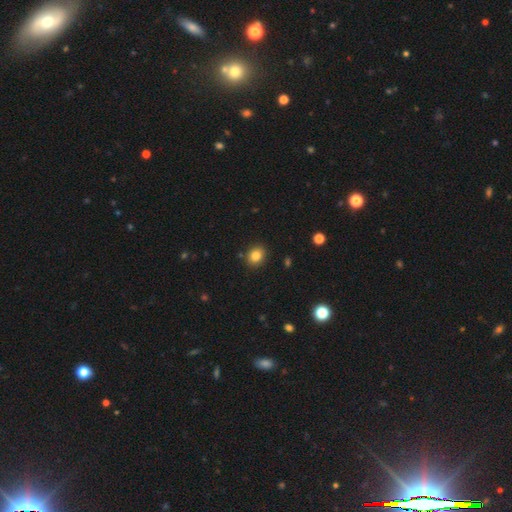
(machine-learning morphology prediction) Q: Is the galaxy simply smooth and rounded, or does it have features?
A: smooth — 83%.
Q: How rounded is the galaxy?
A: round — 61%.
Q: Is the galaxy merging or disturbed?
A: none — 88%.